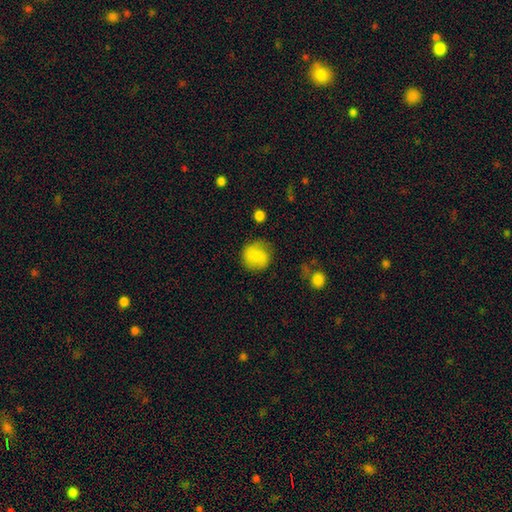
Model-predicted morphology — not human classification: A smooth galaxy with no disk features (77%) that is round (88%). Merging: none (74%).